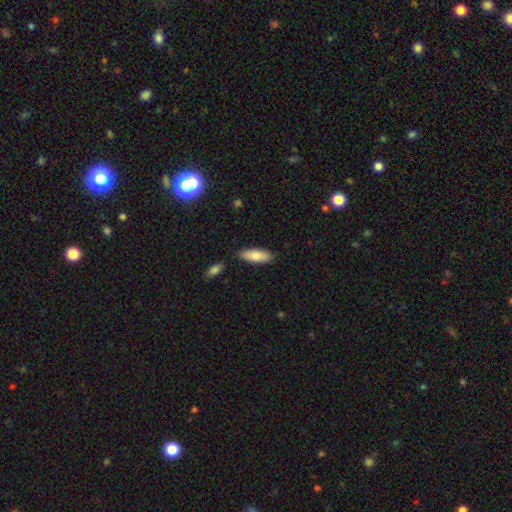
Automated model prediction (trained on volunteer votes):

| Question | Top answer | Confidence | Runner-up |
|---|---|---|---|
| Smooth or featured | smooth | 82% | featured or disk (12%) |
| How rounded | in between | 66% | cigar-shaped (33%) |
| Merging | none | 83% | minor disturbance (11%) |